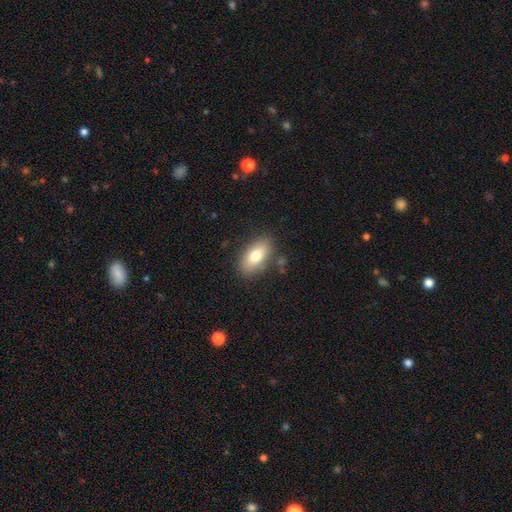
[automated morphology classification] A smooth galaxy with no disk features (75%) that is in between round and cigar-shaped (89%).

Vote fractions:
- Smooth or featured? smooth: 75% / featured or disk: 17% / star or artifact: 8%
- How rounded? in between: 89% / cigar-shaped: 6% / round: 5%
- Merging? none: 82% / minor disturbance: 12% / major disturbance: 3% / merger: 2%